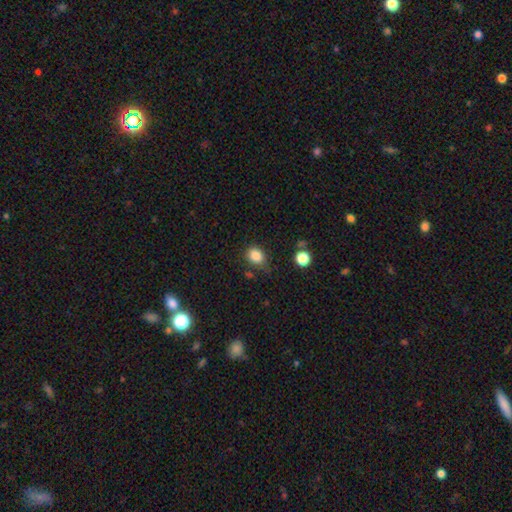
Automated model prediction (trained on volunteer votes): Q: Smooth or featured?
A: smooth (84%); runner-up: star or artifact (11%)
Q: How rounded?
A: round (50%); runner-up: in between (48%)
Q: Merging?
A: none (65%); runner-up: minor disturbance (25%)